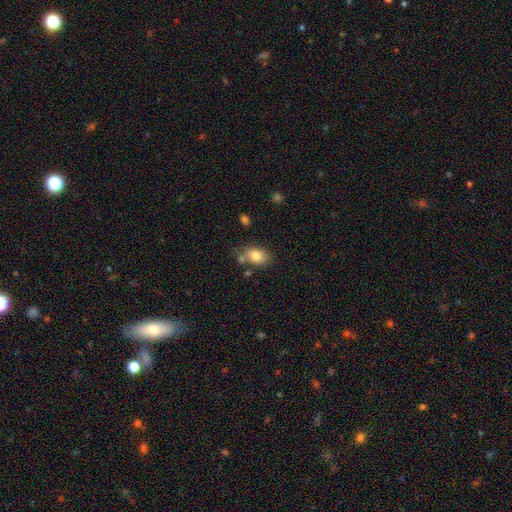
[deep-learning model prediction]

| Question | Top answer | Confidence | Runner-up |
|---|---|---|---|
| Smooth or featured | smooth | 80% | featured or disk (11%) |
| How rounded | in between | 81% | round (17%) |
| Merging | none | 65% | minor disturbance (17%) |